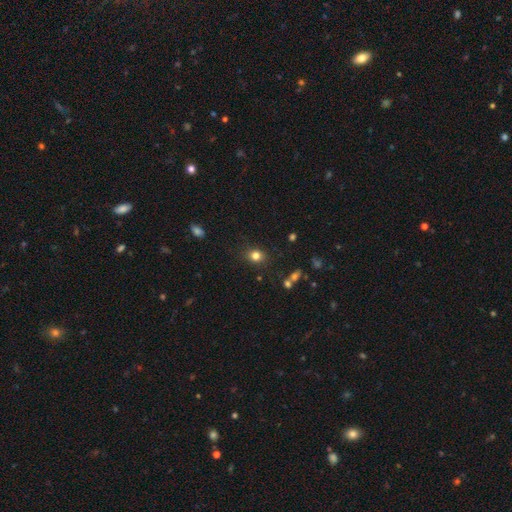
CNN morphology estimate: smooth 81%, star or artifact 13%, featured or disk 6%. Down the decision tree: how rounded — round (65%); merging — none (84%).